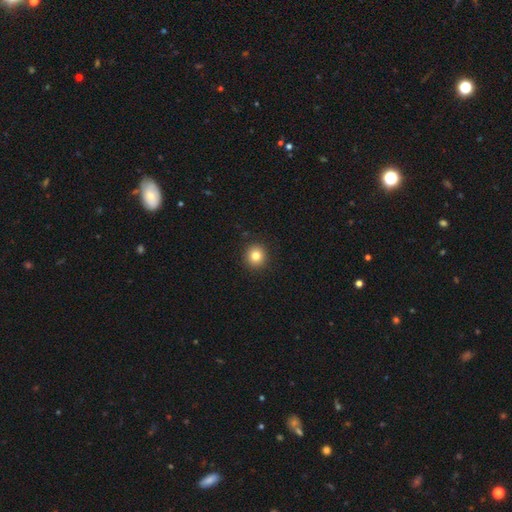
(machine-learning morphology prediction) Smooth or featured? Predicted: smooth (p=0.81). How rounded? Predicted: round (p=0.93). Merging? Predicted: none (p=0.92).